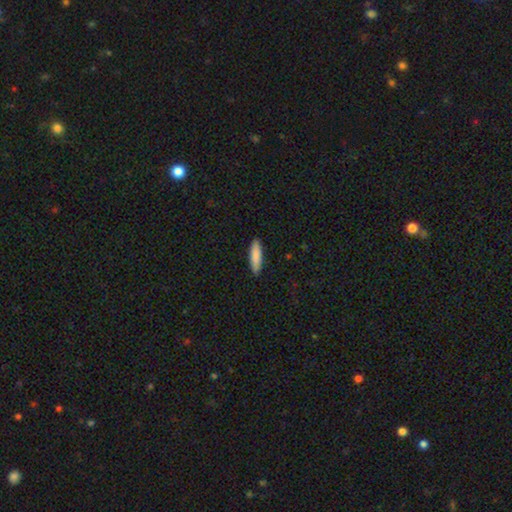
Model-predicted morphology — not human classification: type=smooth (87%); roundness=cigar-shaped (64%); merging=none (90%).